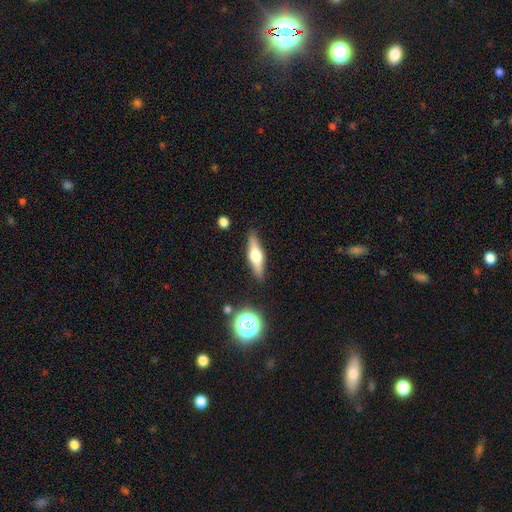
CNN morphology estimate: The model was most divided on "smooth or featured": featured or disk: 57%, smooth: 36%, star or artifact: 7%. More confident: edge-on disk — yes (93%); edge-on bulge — rounded (93%); merging — none (87%).